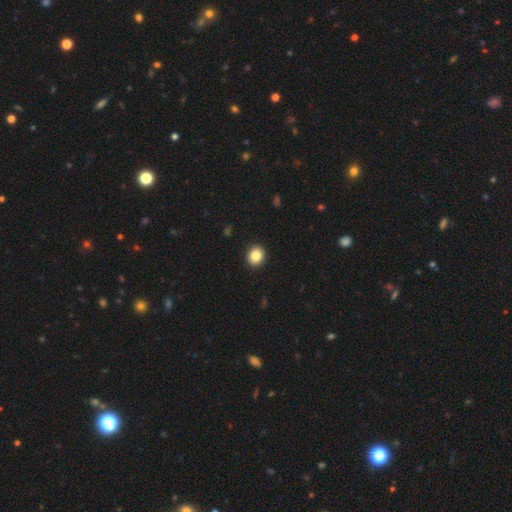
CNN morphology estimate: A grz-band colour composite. It shows a smooth galaxy with no disk features (86%) that is round (75%). Merging: none (92%).